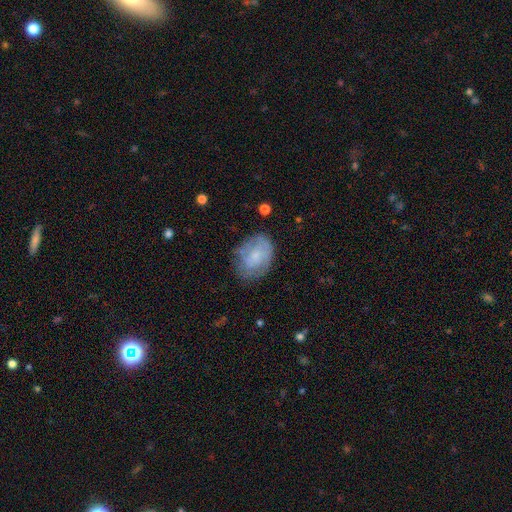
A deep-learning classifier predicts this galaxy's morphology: Smooth or featured?
  - smooth: 56% *
  - featured or disk: 36%
  - star or artifact: 8%
How rounded?
  - in between: 74% *
  - round: 25%
  - cigar-shaped: 1%
Merging?
  - none: 63% *
  - minor disturbance: 25%
  - major disturbance: 10%
  - merger: 2%